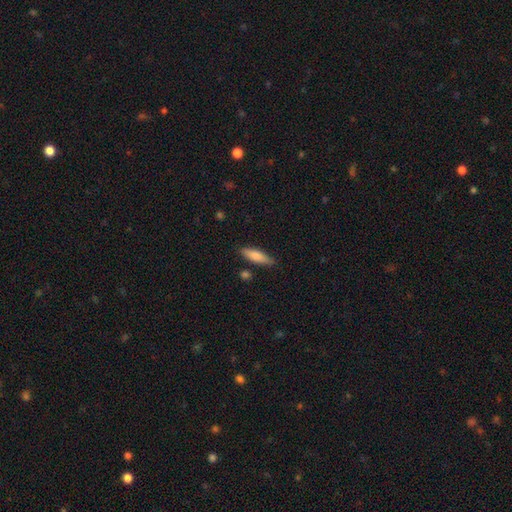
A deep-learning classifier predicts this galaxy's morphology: This is likely a smooth galaxy (77%). How rounded: likely cigar-shaped (60%). Merging: clearly none (82%).